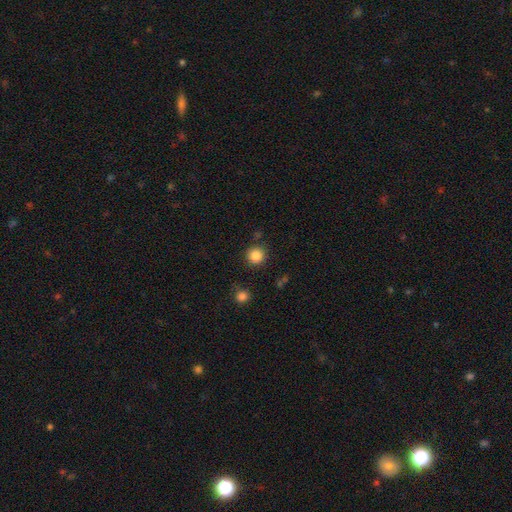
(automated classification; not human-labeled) A smooth galaxy with no disk features (85%) that is round (94%).

Vote fractions:
- Smooth or featured? smooth: 85% / star or artifact: 11% / featured or disk: 4%
- How rounded? round: 94% / in between: 5% / cigar-shaped: 1%
- Merging? none: 87% / minor disturbance: 7% / merger: 3% / major disturbance: 3%